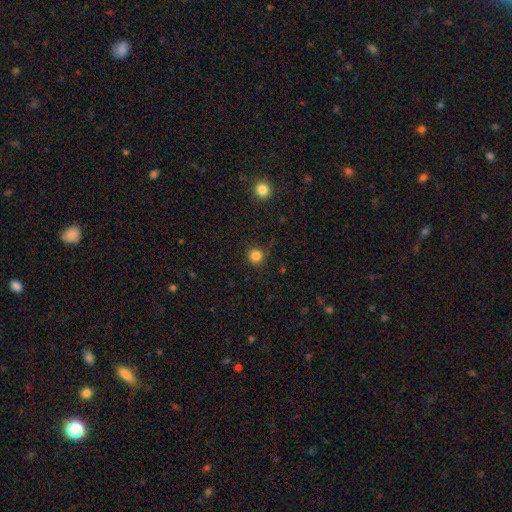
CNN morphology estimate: The model was most divided on "smooth or featured": smooth: 83%, star or artifact: 13%, featured or disk: 4%. More confident: how rounded — round (95%); merging — none (87%).